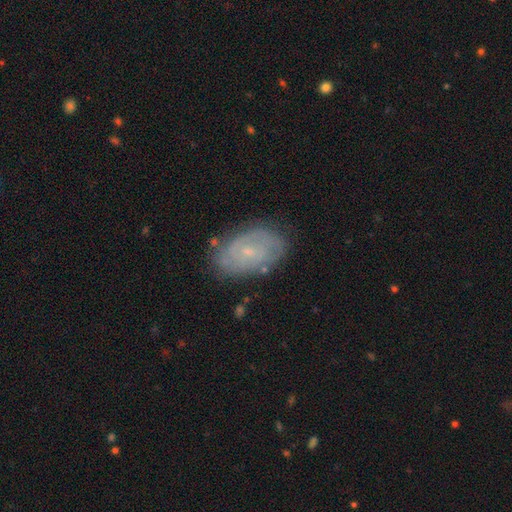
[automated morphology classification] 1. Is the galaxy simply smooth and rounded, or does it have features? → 70% featured or disk, 23% smooth, 6% star or artifact.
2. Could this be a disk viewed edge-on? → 97% no, 3% yes.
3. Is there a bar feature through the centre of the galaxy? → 53% no, 41% weak, 6% strong.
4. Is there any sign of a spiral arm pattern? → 82% yes, 18% no.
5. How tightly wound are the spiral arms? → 62% tight, 29% medium, 9% loose.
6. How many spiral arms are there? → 42% can't tell, 37% 2, 9% 3, 4% 1, 4% 4, 3% more than 4.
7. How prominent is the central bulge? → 74% small, 19% moderate, 5% none, 1% large, 1% dominant.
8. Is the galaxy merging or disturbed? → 72% none, 19% minor disturbance, 6% major disturbance, 3% merger.